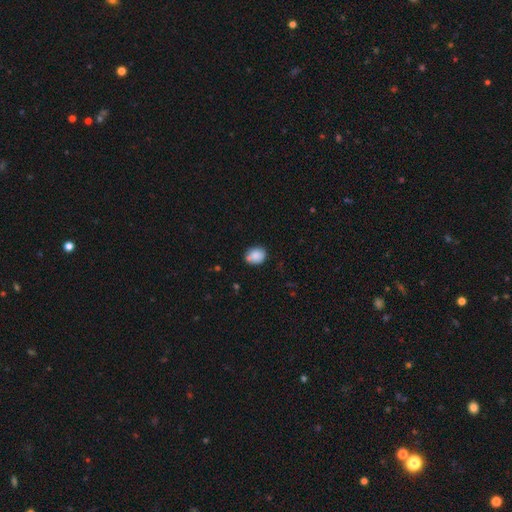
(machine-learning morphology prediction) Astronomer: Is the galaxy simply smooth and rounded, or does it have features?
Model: smooth — 85%.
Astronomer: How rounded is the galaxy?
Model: in between — 51% (runner-up: round, 48%).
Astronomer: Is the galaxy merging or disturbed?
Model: none — 72%.